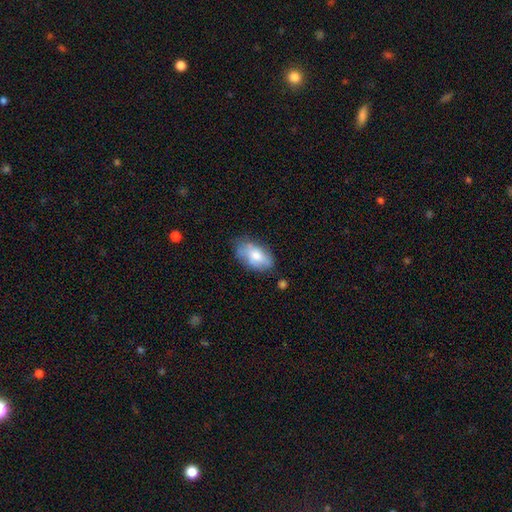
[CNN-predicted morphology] A smooth galaxy with no disk features (73%) that is in between round and cigar-shaped (93%).

Vote fractions:
- Smooth or featured? smooth: 73% / featured or disk: 21% / star or artifact: 7%
- How rounded? in between: 93% / round: 5% / cigar-shaped: 2%
- Merging? none: 59% / minor disturbance: 29% / major disturbance: 8% / merger: 3%